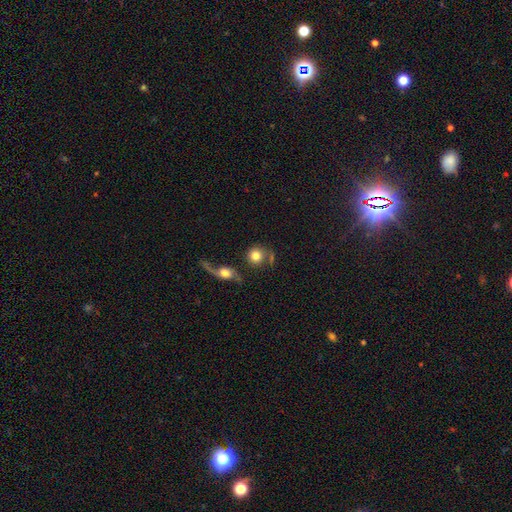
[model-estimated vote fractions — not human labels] The model was most divided on "merging": none: 56%, merger: 23%, minor disturbance: 11%, major disturbance: 10%. More confident: how rounded — round (91%); smooth or featured — smooth (76%).